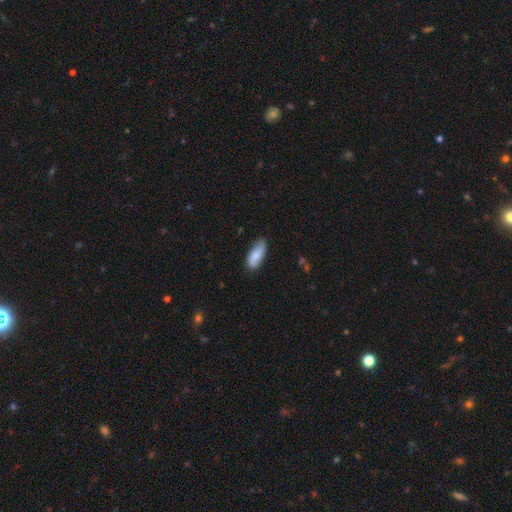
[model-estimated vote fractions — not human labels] A smooth galaxy with no disk features (78%) that is in between round and cigar-shaped (79%). Merging: none (71%).